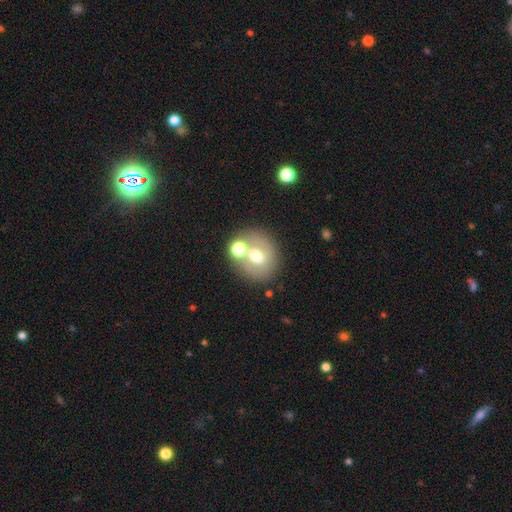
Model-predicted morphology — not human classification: type=smooth (49%); merging=none (60%).